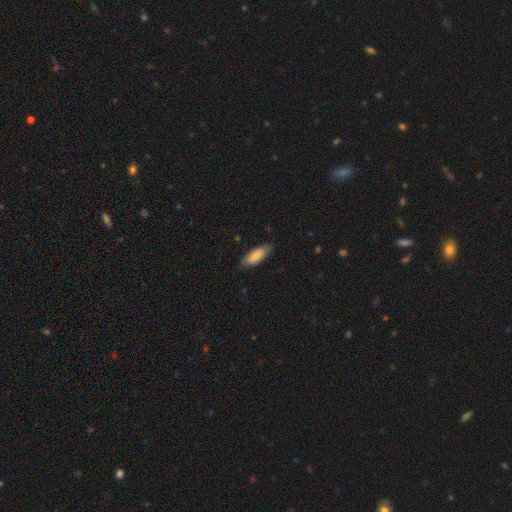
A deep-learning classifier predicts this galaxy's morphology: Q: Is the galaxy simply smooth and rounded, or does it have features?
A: smooth — 80%.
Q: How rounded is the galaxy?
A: in between — 67%.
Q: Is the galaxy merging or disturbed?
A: none — 78%.